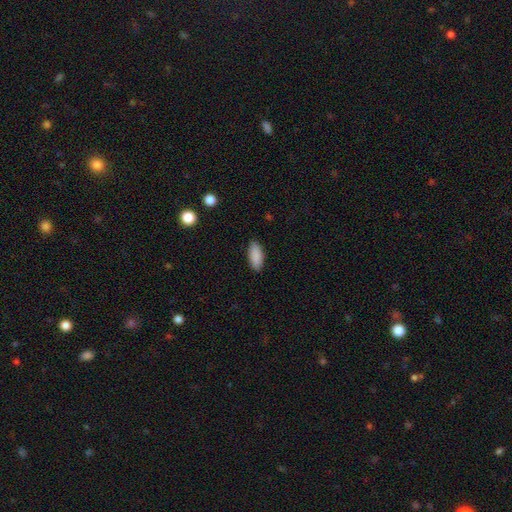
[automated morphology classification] A smooth galaxy with no disk features (89%) that is in between round and cigar-shaped (84%).

Vote fractions:
- Smooth or featured? smooth: 89% / star or artifact: 6% / featured or disk: 4%
- How rounded? in between: 84% / cigar-shaped: 14% / round: 2%
- Merging? none: 88% / minor disturbance: 9% / major disturbance: 2% / merger: 1%